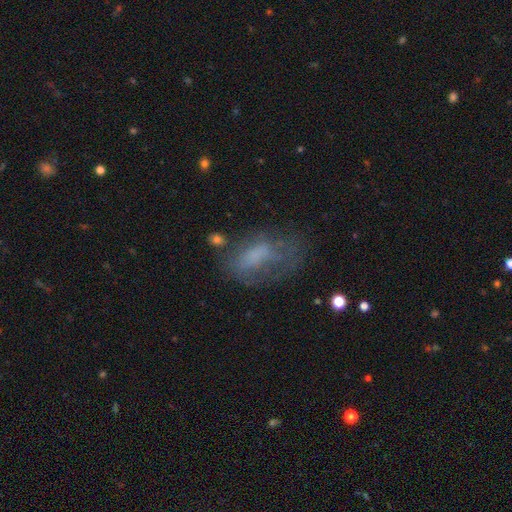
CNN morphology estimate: The model was most divided on "merging": none: 36%, major disturbance: 35%, minor disturbance: 24%, merger: 5%. More confident: how rounded — in between (86%); smooth or featured — smooth (51%).